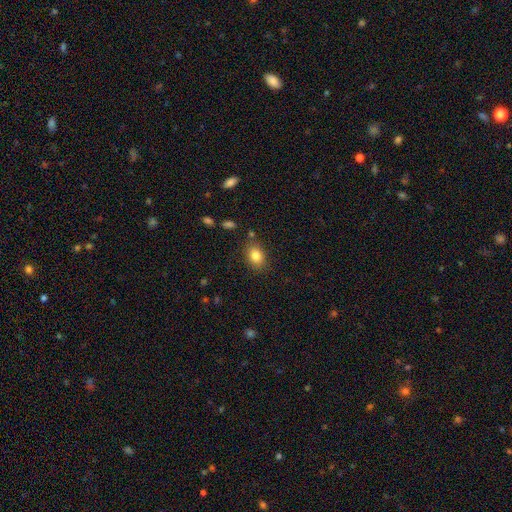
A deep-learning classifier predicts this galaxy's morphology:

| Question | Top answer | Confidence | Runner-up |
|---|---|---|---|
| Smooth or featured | smooth | 83% | star or artifact (9%) |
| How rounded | in between | 70% | round (29%) |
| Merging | none | 81% | minor disturbance (12%) |